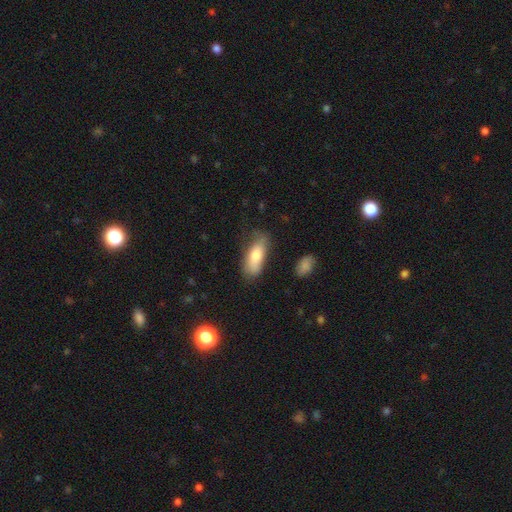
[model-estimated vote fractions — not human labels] Q: Smooth or featured?
A: smooth (75%); runner-up: featured or disk (19%)
Q: How rounded?
A: in between (74%); runner-up: cigar-shaped (23%)
Q: Merging?
A: none (64%); runner-up: minor disturbance (25%)